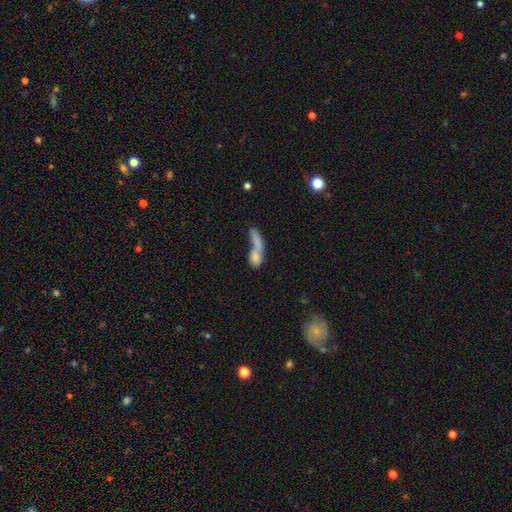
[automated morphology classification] Smooth or featured? smooth (72%)
How rounded? in between (62%)
Merging? merger (65%)